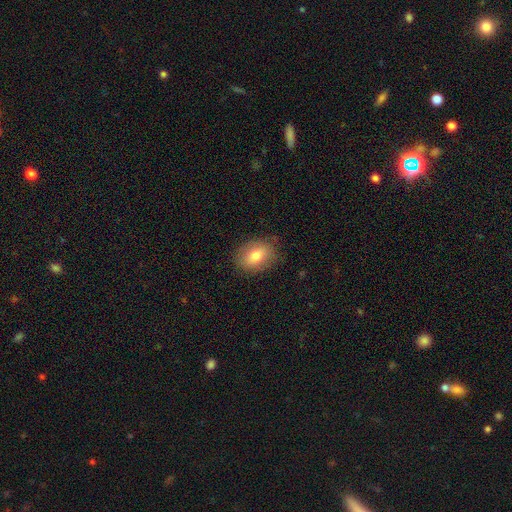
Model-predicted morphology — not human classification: The model was most divided on "how rounded": in between: 74%, round: 25%, cigar-shaped: 1%. More confident: merging — none (82%); smooth or featured — smooth (76%).